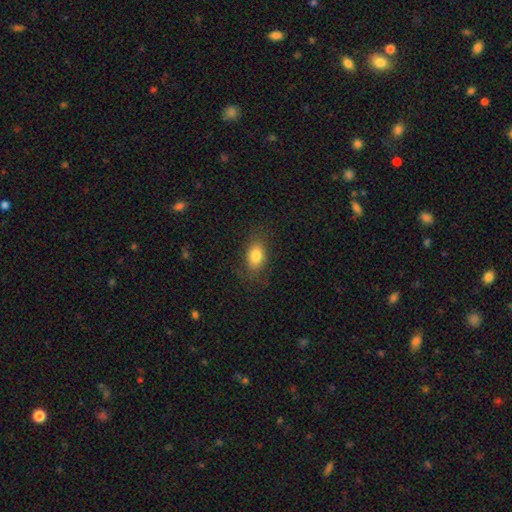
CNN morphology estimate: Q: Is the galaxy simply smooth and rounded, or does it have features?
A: smooth — 81%.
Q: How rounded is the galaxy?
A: in between — 83%.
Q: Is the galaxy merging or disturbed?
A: none — 77%.